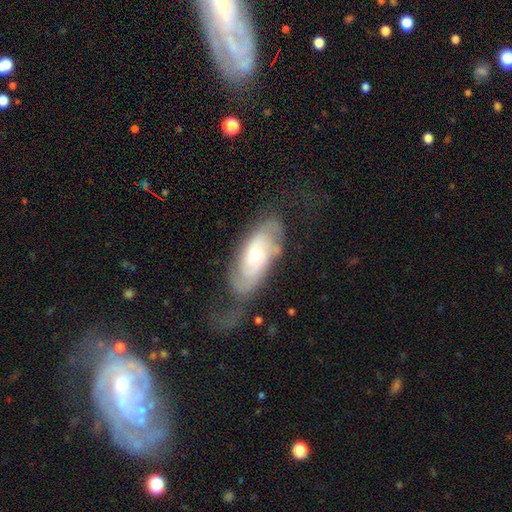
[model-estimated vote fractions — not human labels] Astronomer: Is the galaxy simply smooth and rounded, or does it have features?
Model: featured or disk — 64%.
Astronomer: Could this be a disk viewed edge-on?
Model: no — 89%.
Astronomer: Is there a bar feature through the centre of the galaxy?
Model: no — 74%.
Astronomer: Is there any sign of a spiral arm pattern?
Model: yes — 76%.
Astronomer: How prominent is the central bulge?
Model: moderate — 53% (runner-up: small, 41%).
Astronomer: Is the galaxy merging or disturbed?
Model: none — 40% (runner-up: major disturbance, 30%).